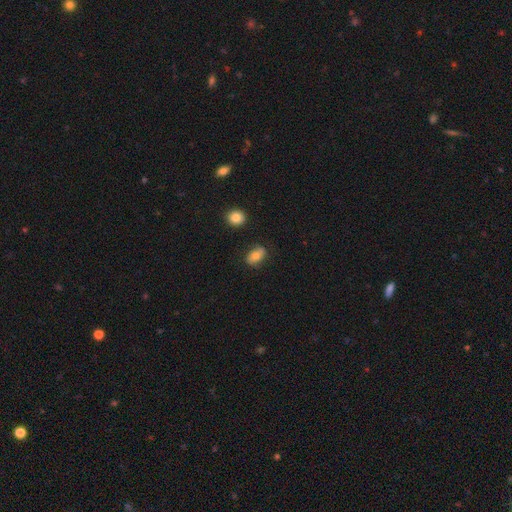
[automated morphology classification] Smooth or featured? Predicted: smooth (p=0.70). How rounded? Predicted: in between (p=0.80). Merging? Predicted: none (p=0.79).